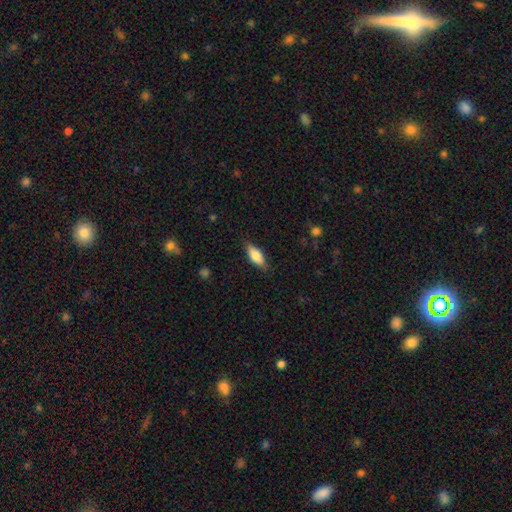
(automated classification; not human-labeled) Overall: smooth (72%). How rounded: in between (77%). Merging: none (83%).